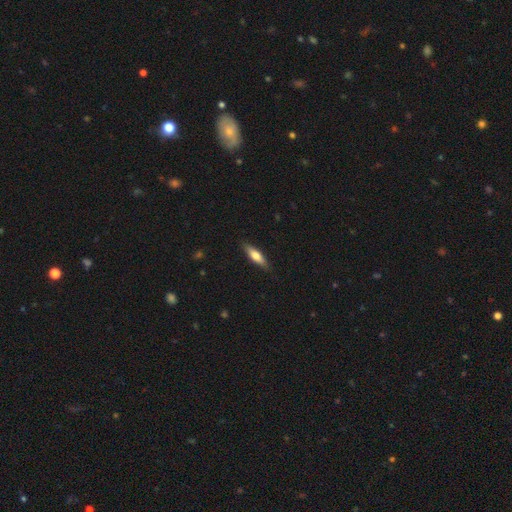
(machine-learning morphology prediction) The model was most divided on "how rounded": cigar-shaped: 59%, in between: 39%, round: 2%. More confident: merging — none (86%); smooth or featured — smooth (62%).